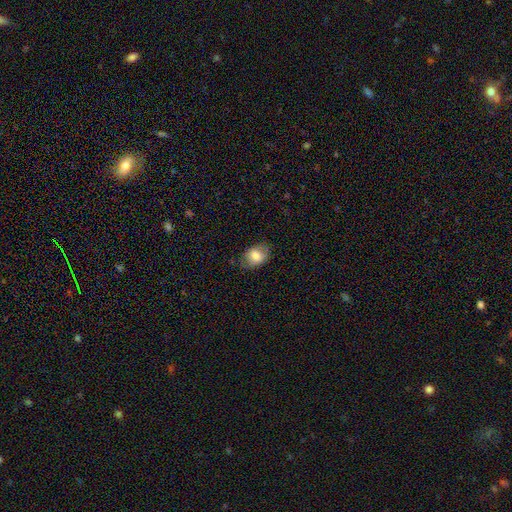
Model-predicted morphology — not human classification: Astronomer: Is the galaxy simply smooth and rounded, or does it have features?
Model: smooth — 76%.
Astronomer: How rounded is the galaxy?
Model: in between — 76%.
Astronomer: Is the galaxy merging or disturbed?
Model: none — 74%.